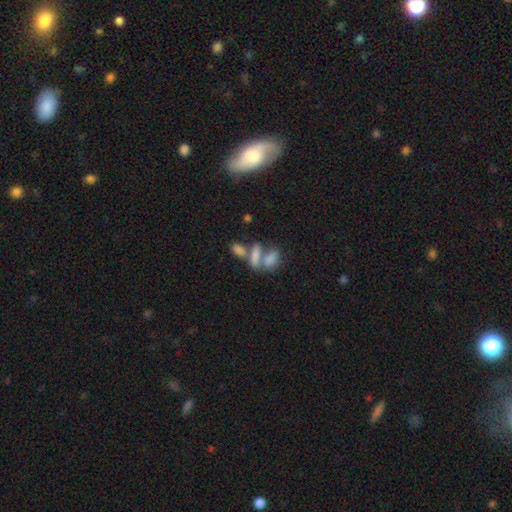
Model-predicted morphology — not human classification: Overall: smooth (67%). How rounded: in between (65%; cigar-shaped 28%). Merging: merger (54%; none 32%).